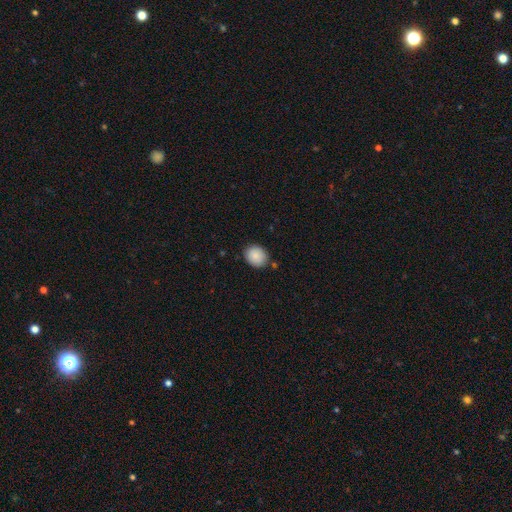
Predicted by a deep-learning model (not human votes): A smooth galaxy with no disk features (87%) that is round (68%). Merging: none (84%).